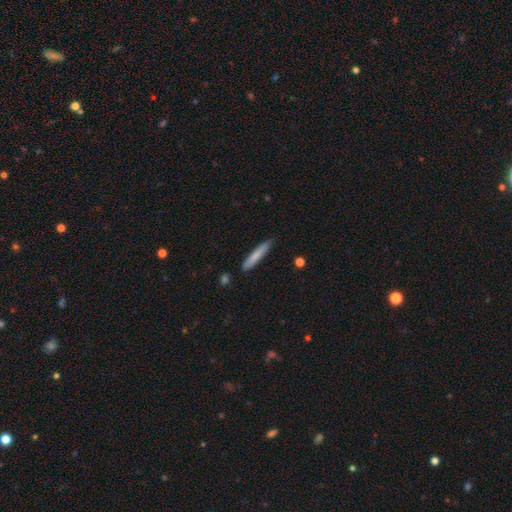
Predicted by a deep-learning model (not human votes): smooth-or-featured: smooth: 78% | featured or disk: 16% | star or artifact: 6%
  how-rounded: cigar-shaped: 92% | in between: 7% | round: 1%
  merging: none: 83% | minor disturbance: 13% | major disturbance: 2% | merger: 2%